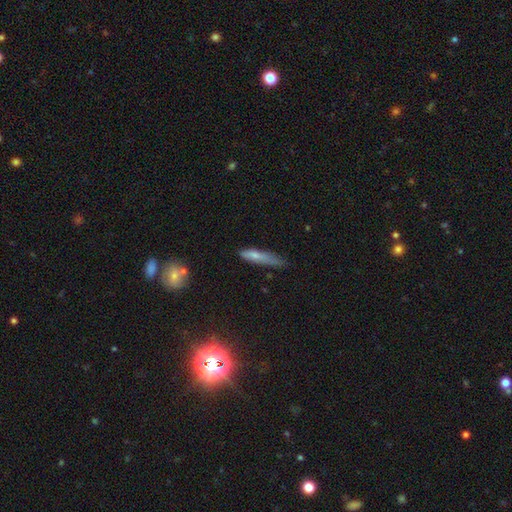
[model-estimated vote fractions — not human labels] A smooth galaxy with no disk features (71%) that is cigar-shaped (82%).

Vote fractions:
- Smooth or featured? smooth: 71% / featured or disk: 22% / star or artifact: 8%
- How rounded? cigar-shaped: 82% / in between: 16% / round: 2%
- Merging? none: 47% / minor disturbance: 38% / major disturbance: 11% / merger: 3%